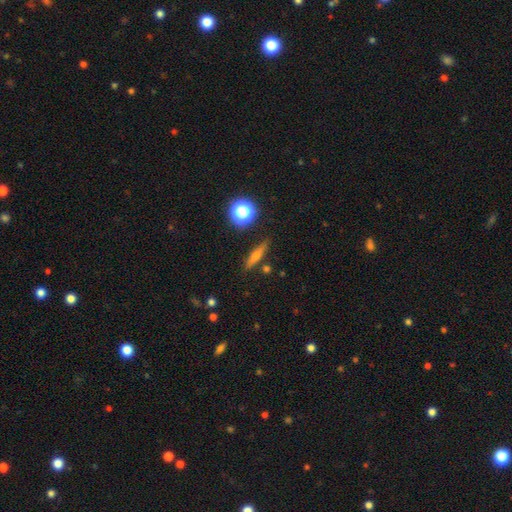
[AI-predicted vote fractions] This is possibly a smooth galaxy (47%). Merging: clearly none (87%).